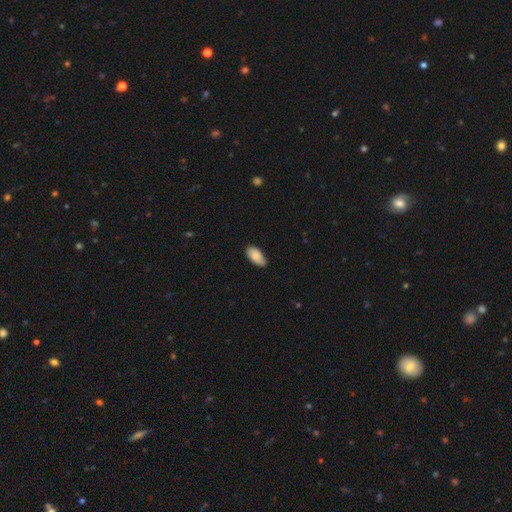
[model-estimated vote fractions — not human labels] Smooth or featured?
  - smooth: 86% *
  - featured or disk: 8%
  - star or artifact: 6%
How rounded?
  - in between: 94% *
  - cigar-shaped: 4%
  - round: 2%
Merging?
  - none: 75% *
  - minor disturbance: 21%
  - major disturbance: 3%
  - merger: 1%